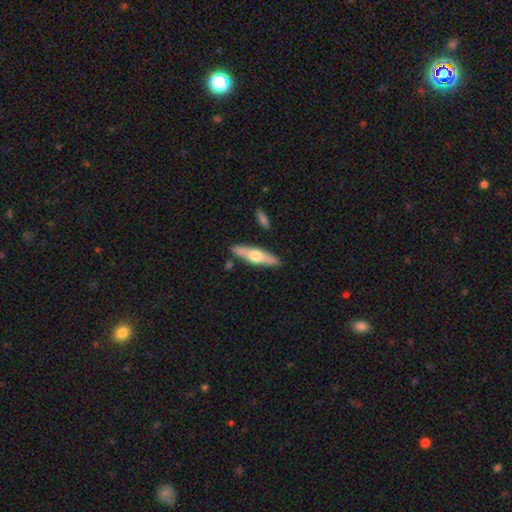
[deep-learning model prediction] Smooth or featured? Predicted: featured or disk (p=0.48). Merging? Predicted: none (p=0.85).